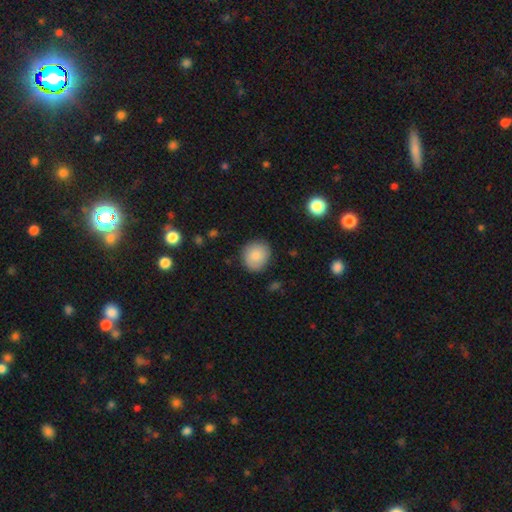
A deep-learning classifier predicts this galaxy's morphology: A smooth galaxy with no disk features (85%) that is round (81%). Merging: none (85%).